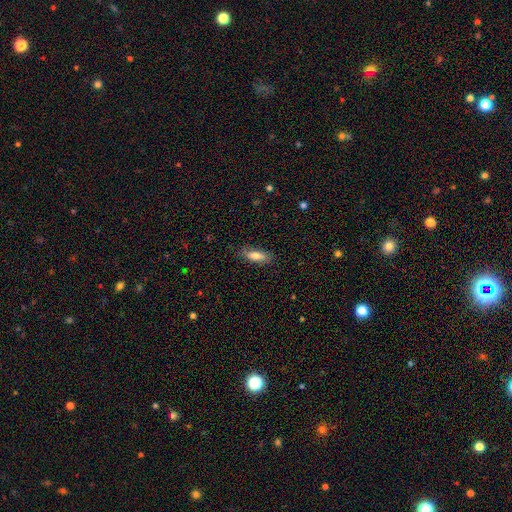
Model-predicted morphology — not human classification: type=smooth (72%); roundness=in between (61%); merging=none (81%).